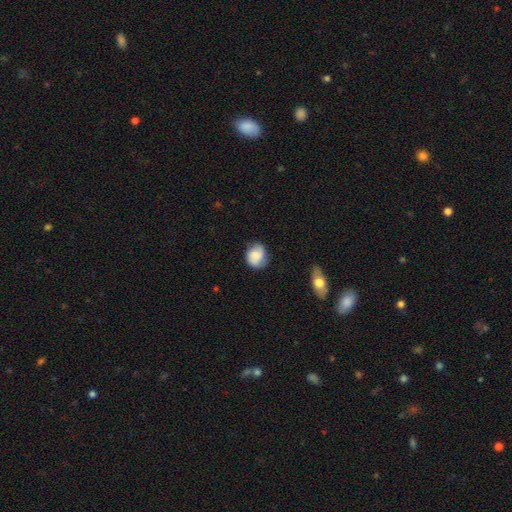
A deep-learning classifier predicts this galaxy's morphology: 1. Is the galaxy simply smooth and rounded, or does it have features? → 65% smooth, 27% featured or disk, 8% star or artifact.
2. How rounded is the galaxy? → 65% round, 34% in between, 1% cigar-shaped.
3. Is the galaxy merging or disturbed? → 68% none, 25% minor disturbance, 6% major disturbance, 2% merger.